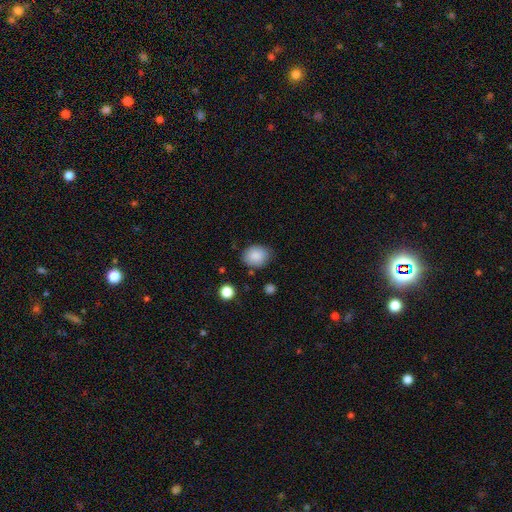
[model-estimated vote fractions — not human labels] Smooth or featured? Predicted: smooth (p=0.87). How rounded? Predicted: round (p=0.54). Merging? Predicted: none (p=0.78).